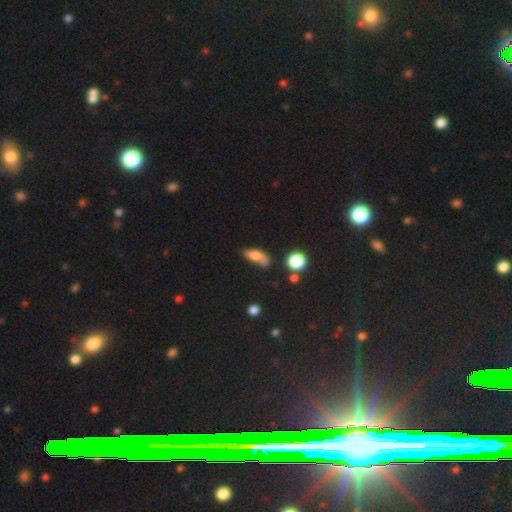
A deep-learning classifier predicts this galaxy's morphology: Q: Smooth or featured?
A: smooth (70%); runner-up: featured or disk (19%)
Q: How rounded?
A: in between (70%); runner-up: cigar-shaped (21%)
Q: Merging?
A: none (45%); runner-up: minor disturbance (30%)